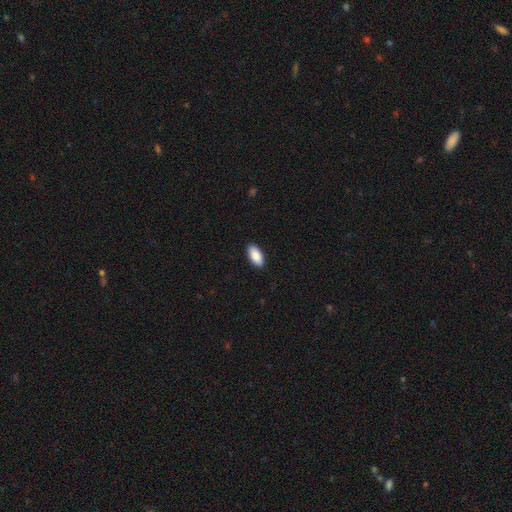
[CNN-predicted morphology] A smooth galaxy with no disk features (90%) that is in between round and cigar-shaped (92%).

Vote fractions:
- Smooth or featured? smooth: 90% / star or artifact: 6% / featured or disk: 5%
- How rounded? in between: 92% / cigar-shaped: 6% / round: 2%
- Merging? none: 90% / minor disturbance: 7% / major disturbance: 2% / merger: 1%